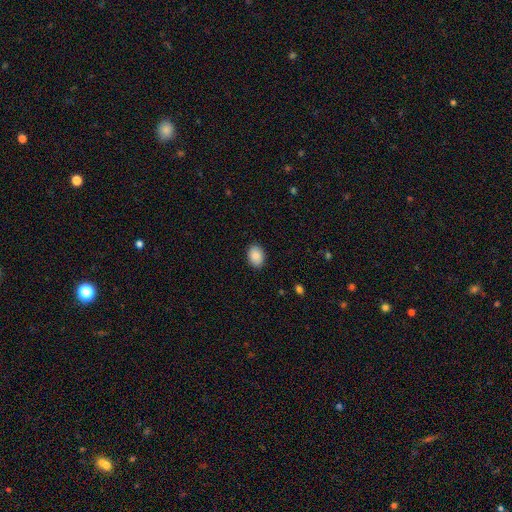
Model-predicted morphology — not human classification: Smooth or featured?
  - smooth: 89% *
  - star or artifact: 7%
  - featured or disk: 4%
How rounded?
  - in between: 77% *
  - round: 22%
  - cigar-shaped: 1%
Merging?
  - none: 89% *
  - minor disturbance: 8%
  - major disturbance: 2%
  - merger: 1%